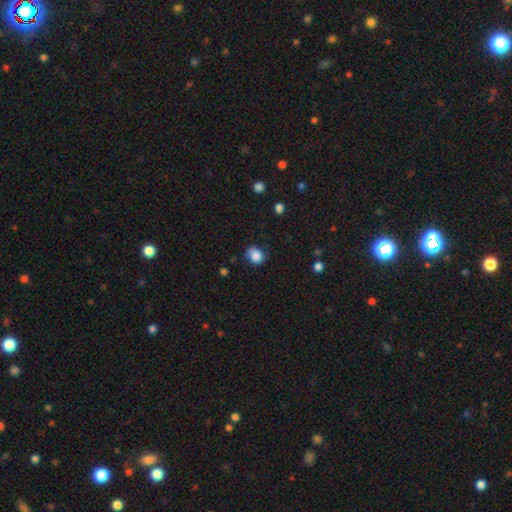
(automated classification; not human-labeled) Smooth or featured?
  - smooth: 82% *
  - star or artifact: 9%
  - featured or disk: 9%
How rounded?
  - round: 55% *
  - in between: 44%
  - cigar-shaped: 1%
Merging?
  - none: 59% *
  - minor disturbance: 30%
  - major disturbance: 9%
  - merger: 2%